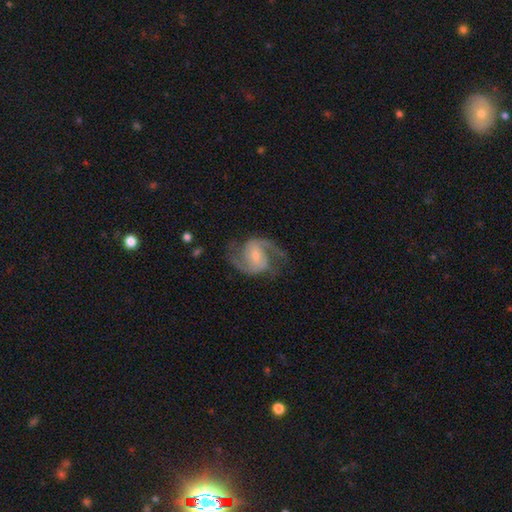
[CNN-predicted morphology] smooth_or_featured: featured or disk (p=0.90) [alt: smooth p=0.05]
disk_edge_on: no (p=0.98) [alt: yes p=0.02]
bar: weak (p=0.44) [alt: no p=0.36]
has_spiral_arms: yes (p=0.98) [alt: no p=0.02]
spiral_winding: medium (p=0.60) [alt: loose p=0.23]
spiral_arm_count: 2 (p=0.92) [alt: can't tell p=0.02]
bulge_size: small (p=0.59) [alt: moderate p=0.34]
merging: none (p=0.76) [alt: minor disturbance p=0.14]